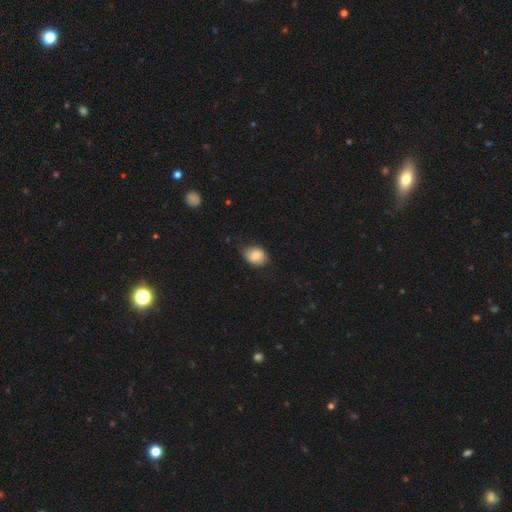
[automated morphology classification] The model was most divided on "how rounded": in between: 57%, round: 42%, cigar-shaped: 1%. More confident: smooth or featured — smooth (81%); merging — none (68%).